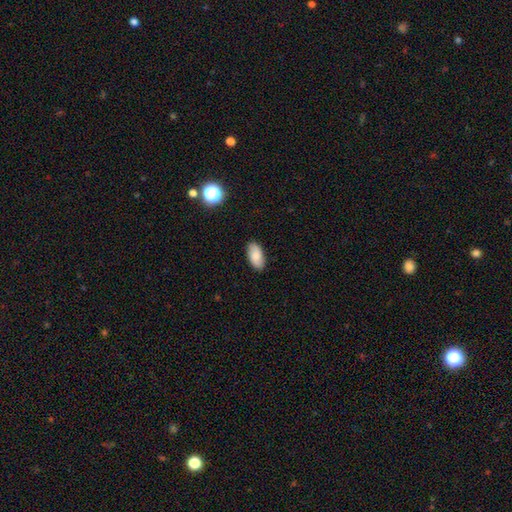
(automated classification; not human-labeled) This is clearly a smooth galaxy (83%). How rounded: clearly in between (93%). Merging: clearly none (88%).